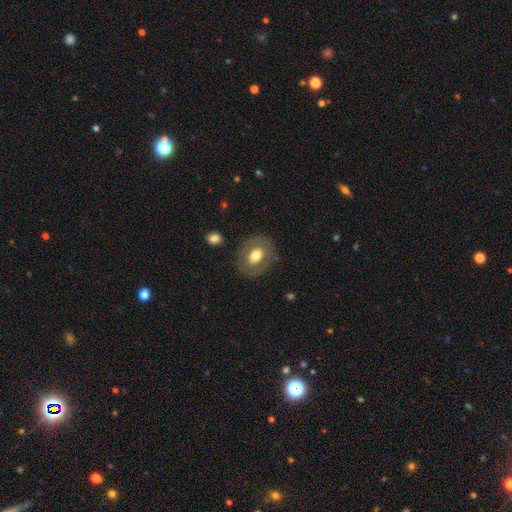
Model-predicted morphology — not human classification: Smooth or featured: smooth — 60% (featured or disk — 33%)
How rounded: round — 50% (in between — 49%)
Merging: none — 82% (minor disturbance — 11%)